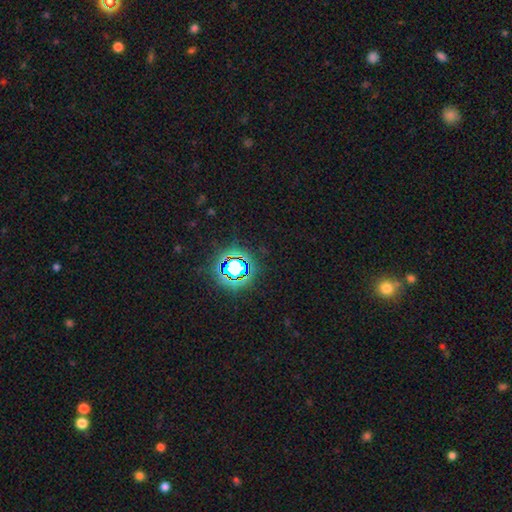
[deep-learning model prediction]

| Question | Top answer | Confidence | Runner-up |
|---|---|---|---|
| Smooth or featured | star or artifact | 76% | smooth (16%) |